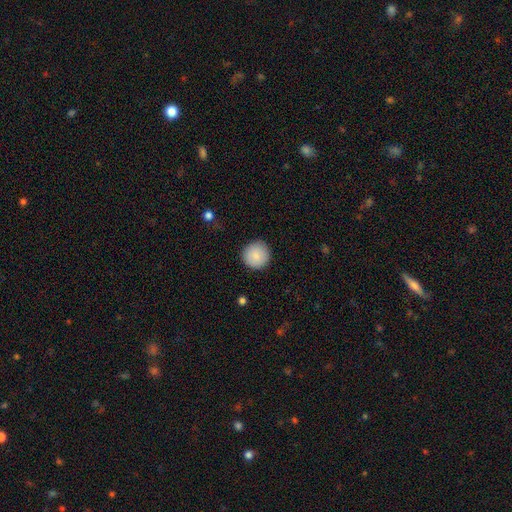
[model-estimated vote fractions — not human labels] smooth-or-featured: smooth: 86% | star or artifact: 7% | featured or disk: 6%
  how-rounded: round: 95% | in between: 4% | cigar-shaped: 1%
  merging: none: 90% | minor disturbance: 7% | major disturbance: 2% | merger: 1%